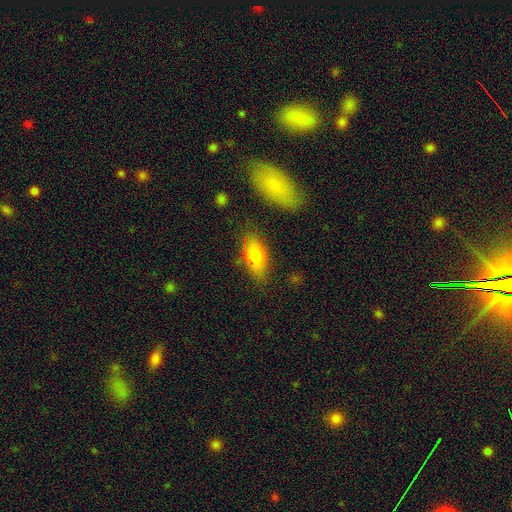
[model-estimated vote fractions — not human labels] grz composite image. It shows a smooth galaxy with no disk features (71%) that is in between round and cigar-shaped (82%). Merging: none (76%).